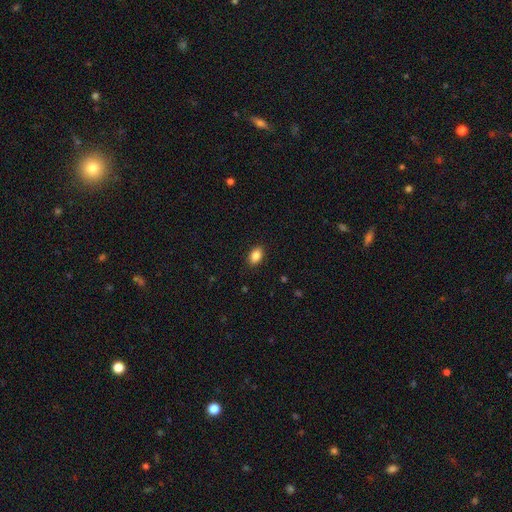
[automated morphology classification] Q: Smooth or featured?
A: smooth (87%); runner-up: star or artifact (8%)
Q: How rounded?
A: in between (86%); runner-up: round (12%)
Q: Merging?
A: none (89%); runner-up: minor disturbance (8%)